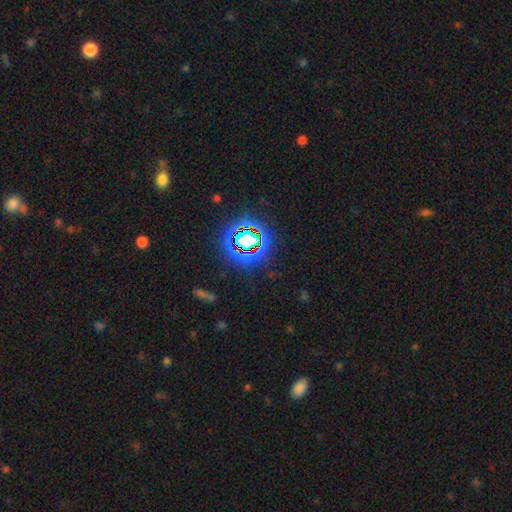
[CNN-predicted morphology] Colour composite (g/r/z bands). It shows a star or artifact, not a galaxy (77%).